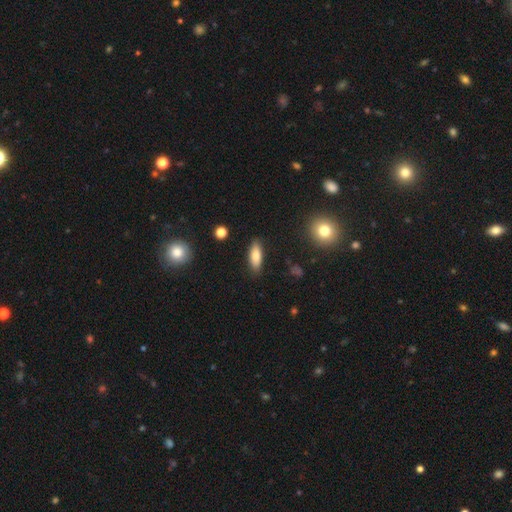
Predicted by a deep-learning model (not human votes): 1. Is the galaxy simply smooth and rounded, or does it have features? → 78% smooth, 14% featured or disk, 8% star or artifact.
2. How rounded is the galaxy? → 69% in between, 28% cigar-shaped, 2% round.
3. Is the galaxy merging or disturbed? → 87% none, 10% minor disturbance, 2% major disturbance, 1% merger.